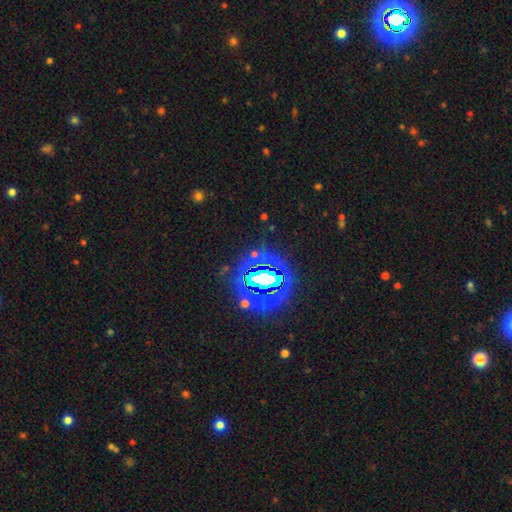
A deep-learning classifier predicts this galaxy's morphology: Overall: star or artifact (77%).